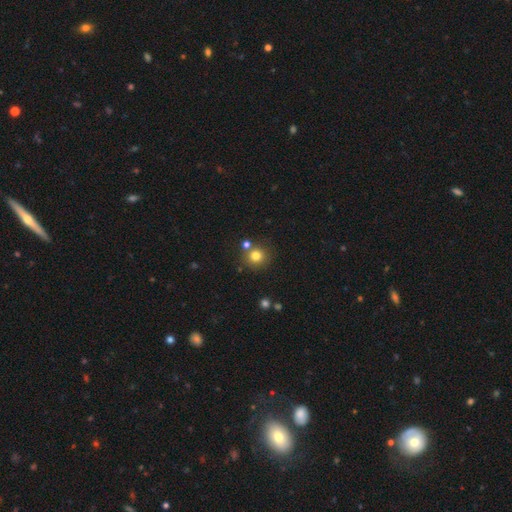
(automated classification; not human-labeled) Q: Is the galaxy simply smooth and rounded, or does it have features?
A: smooth — 79%.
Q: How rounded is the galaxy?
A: round — 91%.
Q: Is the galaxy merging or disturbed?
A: none — 76%.